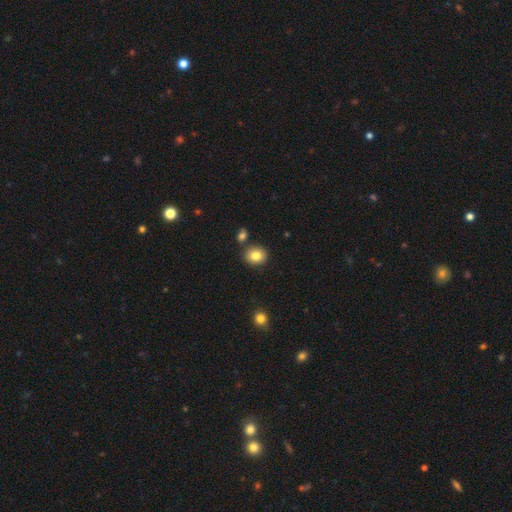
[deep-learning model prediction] Smooth or featured? Predicted: smooth (p=0.82). How rounded? Predicted: round (p=0.71). Merging? Predicted: none (p=0.81).